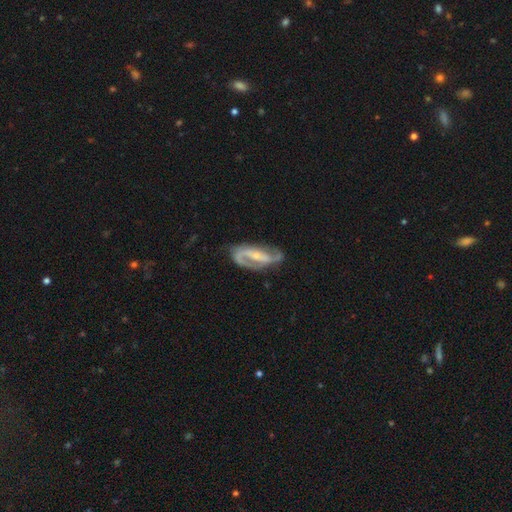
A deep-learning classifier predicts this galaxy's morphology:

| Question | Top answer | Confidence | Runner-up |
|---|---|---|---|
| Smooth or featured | featured or disk | 87% | smooth (8%) |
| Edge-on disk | no | 94% | yes (6%) |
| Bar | strong | 51% | weak (30%) |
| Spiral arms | yes | 95% | no (5%) |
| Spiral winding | medium | 48% | tight (27%) |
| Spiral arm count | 2 | 88% | can't tell (4%) |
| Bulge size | small | 62% | moderate (32%) |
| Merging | none | 71% | minor disturbance (19%) |